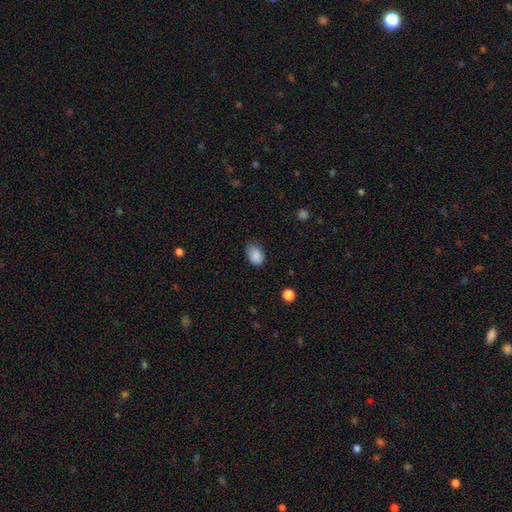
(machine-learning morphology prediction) Overall: smooth (87%). How rounded: in between (81%). Merging: none (65%; minor disturbance 28%).